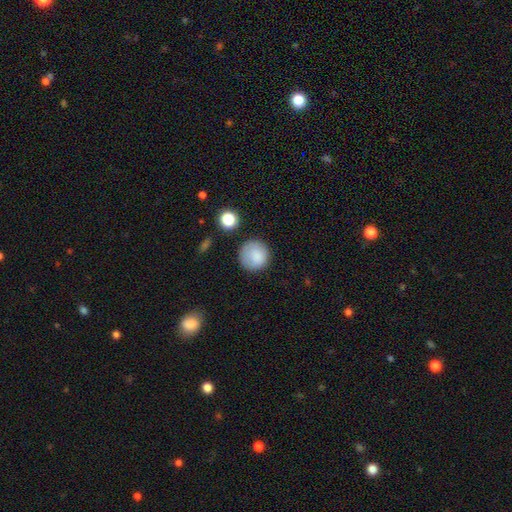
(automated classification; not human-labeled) Smooth or featured: smooth — 85% (star or artifact — 9%)
How rounded: round — 93% (in between — 6%)
Merging: none — 80% (minor disturbance — 13%)